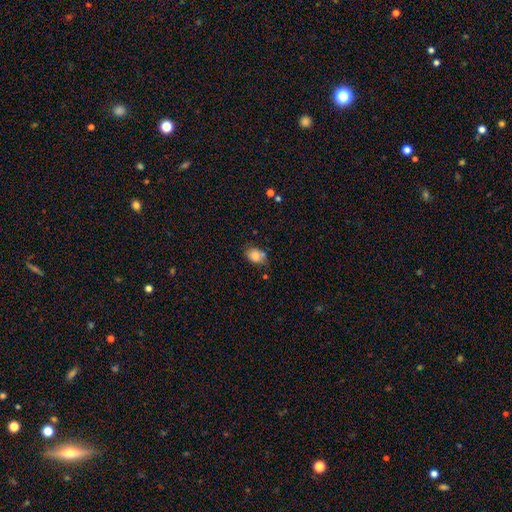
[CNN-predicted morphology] Smooth or featured? smooth (80%)
How rounded? in between (73%)
Merging? none (64%)